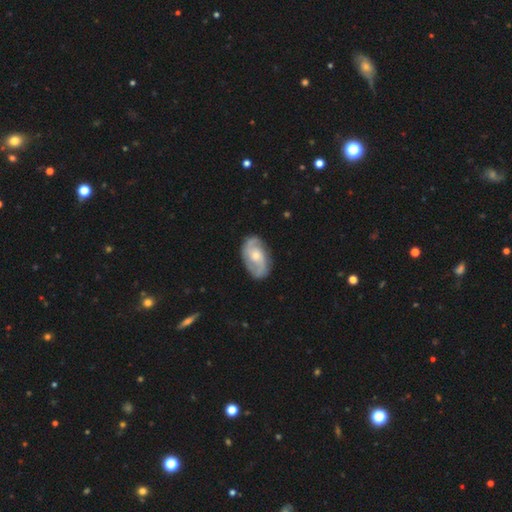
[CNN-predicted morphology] Smooth or featured: featured or disk — 81% (smooth — 15%)
Edge-on disk: no — 97% (yes — 3%)
Bar: no — 61% (weak — 33%)
Spiral arms: yes — 95% (no — 5%)
Spiral winding: medium — 48% (tight — 30%)
Spiral arm count: 2 — 82% (can't tell — 8%)
Bulge size: moderate — 49% (small — 45%)
Merging: none — 80% (minor disturbance — 14%)